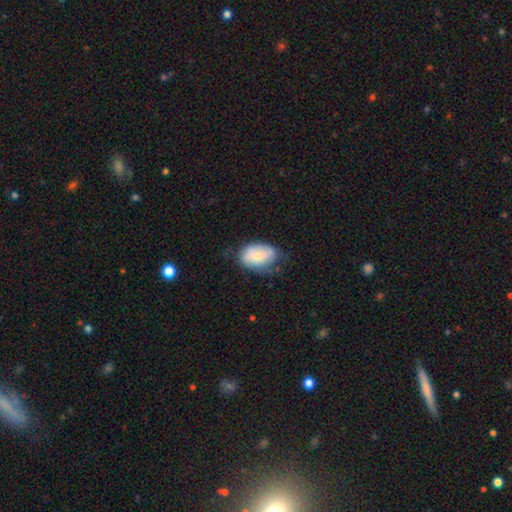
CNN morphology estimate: smooth-or-featured: smooth: 72% | featured or disk: 21% | star or artifact: 7%
  how-rounded: in between: 86% | round: 12% | cigar-shaped: 1%
  merging: none: 59% | minor disturbance: 30% | major disturbance: 8% | merger: 2%